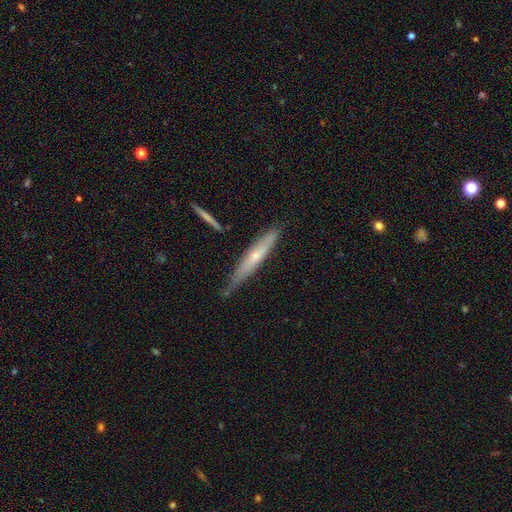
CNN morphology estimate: The model was most divided on "smooth or featured": featured or disk: 49%, smooth: 45%, star or artifact: 6%. More confident: merging — none (68%).